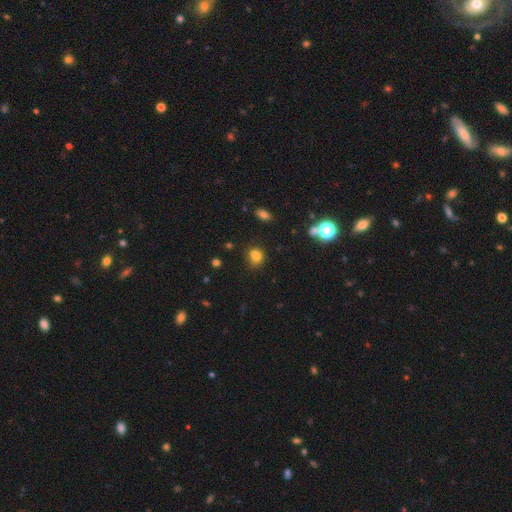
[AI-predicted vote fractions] The model was most divided on "how rounded": round: 65%, in between: 34%, cigar-shaped: 1%. More confident: smooth or featured — smooth (76%); merging — none (60%).